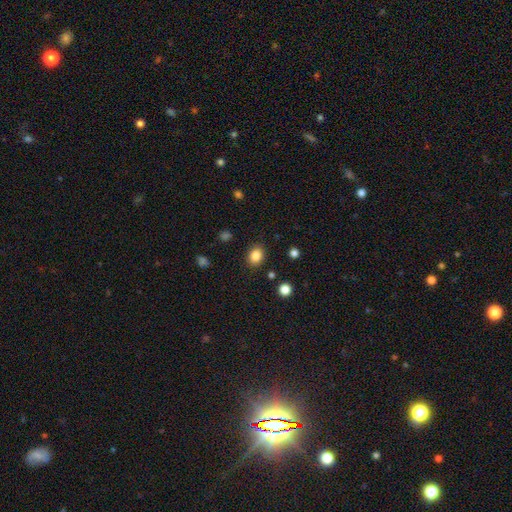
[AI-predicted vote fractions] smooth 85%, star or artifact 10%, featured or disk 5%. Down the decision tree: how rounded — in between (51%); merging — none (87%).